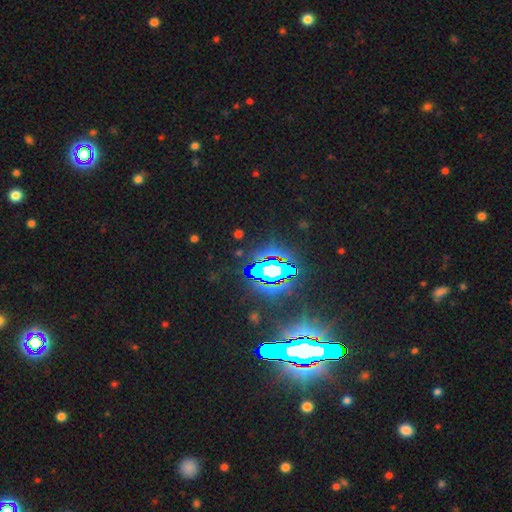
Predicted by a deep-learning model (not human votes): Smooth or featured?
  - star or artifact: 84% *
  - smooth: 8%
  - featured or disk: 8%